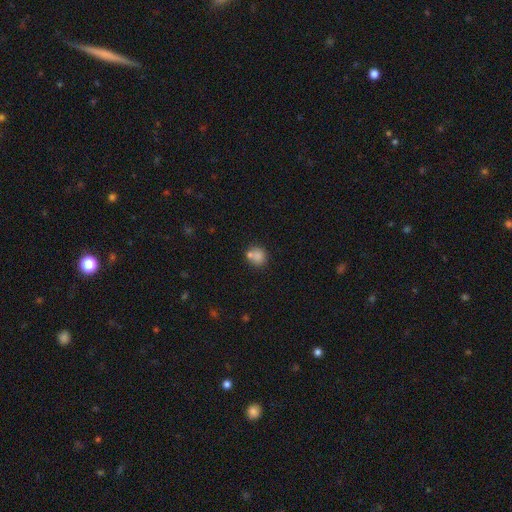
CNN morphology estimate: type=smooth (79%); roundness=round (78%); merging=none (54%).